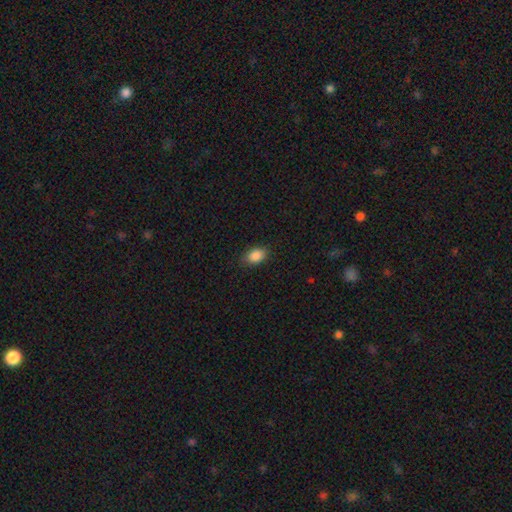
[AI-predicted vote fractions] This is clearly a smooth galaxy (88%). How rounded: clearly in between (85%). Merging: clearly none (85%).